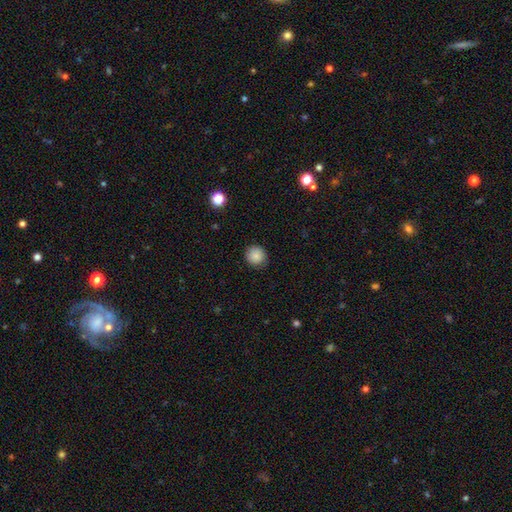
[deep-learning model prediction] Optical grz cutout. It shows a smooth galaxy with no disk features (86%) that is round (94%). Merging: none (86%).